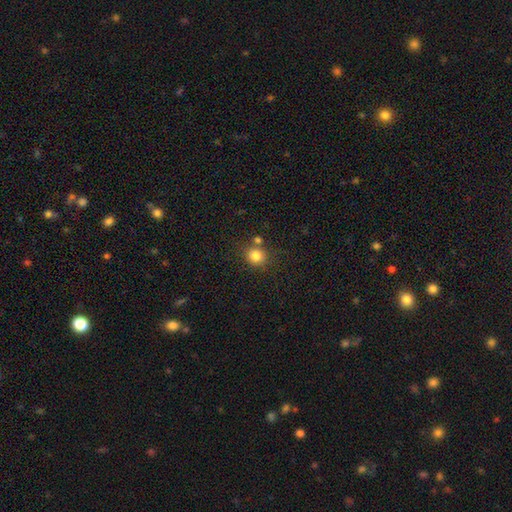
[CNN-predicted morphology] A smooth galaxy with no disk features (82%) that is round (83%). Merging: none (71%).